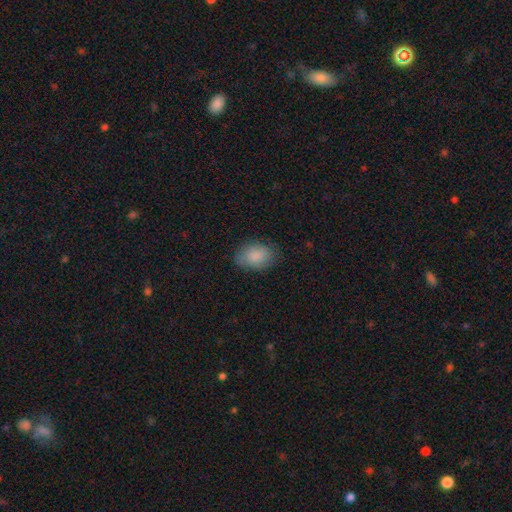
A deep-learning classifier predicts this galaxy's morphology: This appears to be a smooth galaxy with no disk features (87%) that is in between round and cigar-shaped (83%). Merging: none (79%).